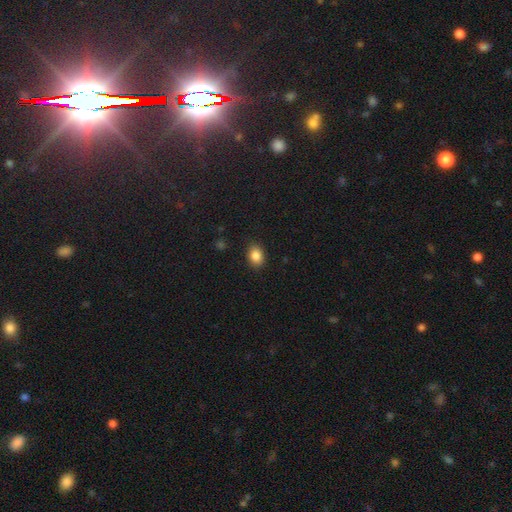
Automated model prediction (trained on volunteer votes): This is clearly a smooth galaxy (86%). How rounded: likely in between (67%). Merging: clearly none (88%).